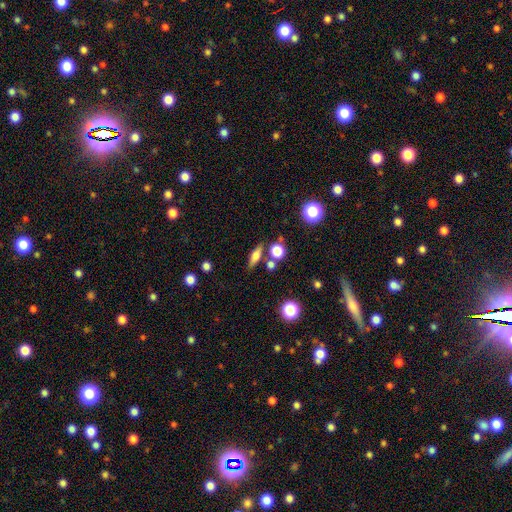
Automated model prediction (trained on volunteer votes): smooth 56%, featured or disk 33%, star or artifact 11%. Down the decision tree: how rounded — cigar-shaped (44%); merging — none (76%).